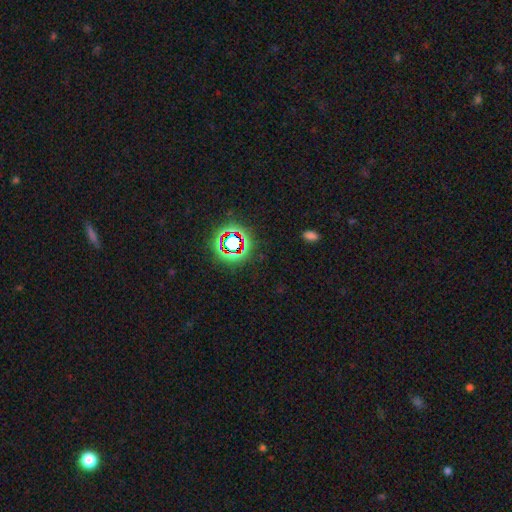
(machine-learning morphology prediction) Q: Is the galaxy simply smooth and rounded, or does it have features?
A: star or artifact — 72%.